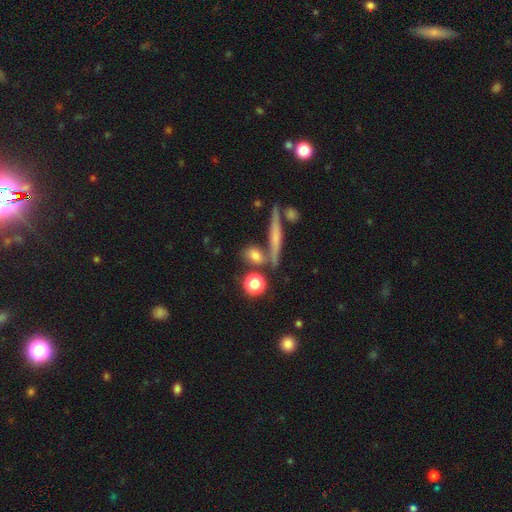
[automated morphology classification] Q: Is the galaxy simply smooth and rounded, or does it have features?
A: smooth — 69%.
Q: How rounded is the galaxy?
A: round — 39%.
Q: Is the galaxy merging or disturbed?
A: none — 68%.